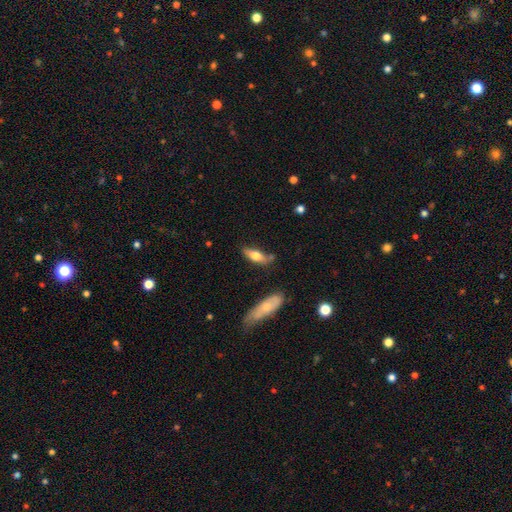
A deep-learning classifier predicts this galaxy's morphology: A smooth galaxy with no disk features (61%) that is in between round and cigar-shaped (59%).

Vote fractions:
- Smooth or featured? smooth: 61% / featured or disk: 32% / star or artifact: 6%
- How rounded? in between: 59% / cigar-shaped: 37% / round: 3%
- Merging? none: 59% / minor disturbance: 25% / merger: 8% / major disturbance: 8%